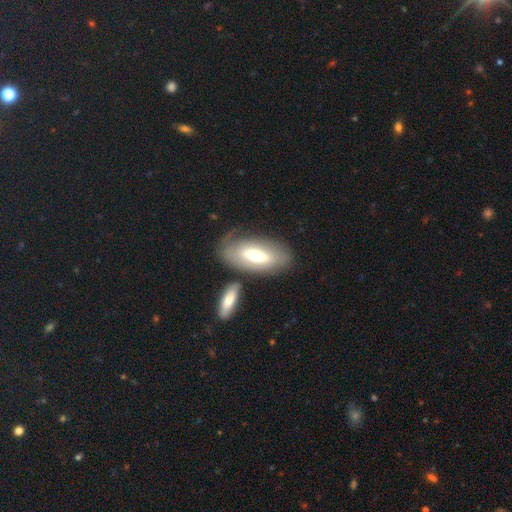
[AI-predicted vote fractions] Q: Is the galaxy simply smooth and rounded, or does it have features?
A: smooth — 51%.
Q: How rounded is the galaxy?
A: in between — 87%.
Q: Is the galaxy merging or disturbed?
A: none — 63%.